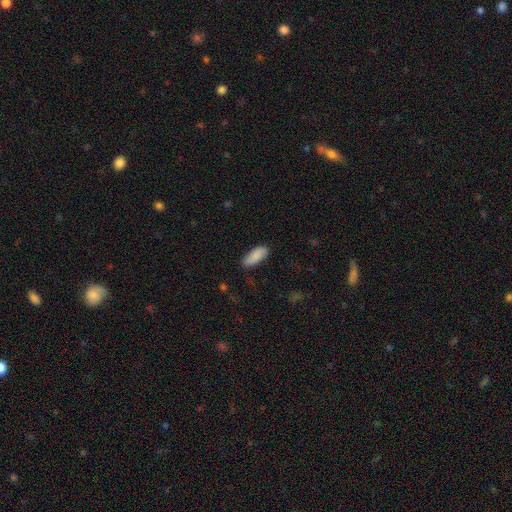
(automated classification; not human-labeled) The model was most divided on "how rounded": in between: 81%, cigar-shaped: 17%, round: 2%. More confident: smooth or featured — smooth (87%); merging — none (83%).